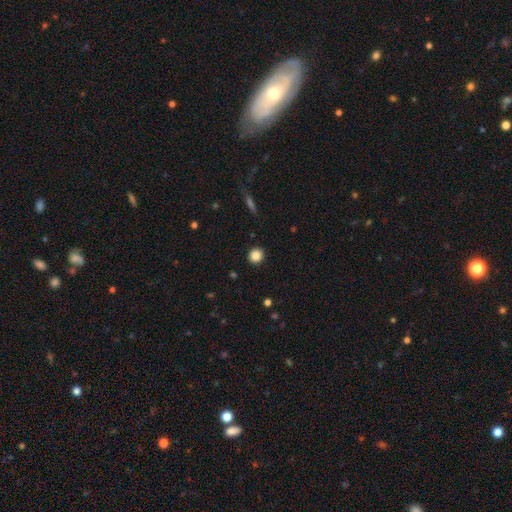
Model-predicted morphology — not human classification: Smooth or featured?
  - smooth: 86% *
  - star or artifact: 10%
  - featured or disk: 4%
How rounded?
  - round: 87% *
  - in between: 12%
  - cigar-shaped: 1%
Merging?
  - none: 92% *
  - minor disturbance: 6%
  - major disturbance: 2%
  - merger: 1%